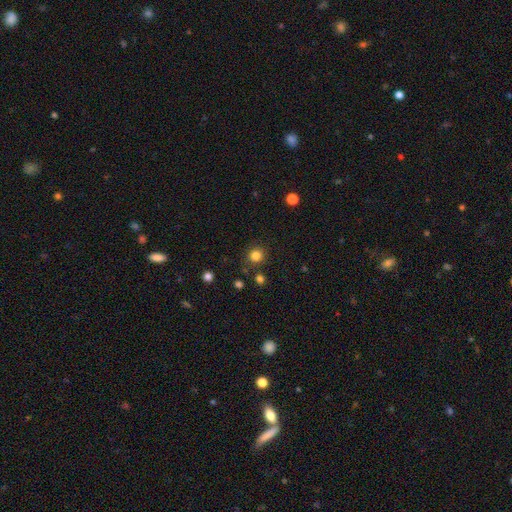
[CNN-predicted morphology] A smooth galaxy with no disk features (82%) that is round (92%).

Vote fractions:
- Smooth or featured? smooth: 82% / star or artifact: 13% / featured or disk: 5%
- How rounded? round: 92% / in between: 7% / cigar-shaped: 1%
- Merging? none: 85% / minor disturbance: 8% / merger: 4% / major disturbance: 3%